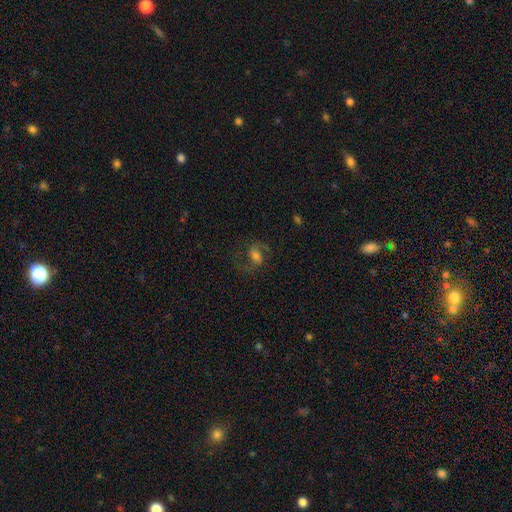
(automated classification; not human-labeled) Smooth or featured: featured or disk — 66% (smooth — 21%)
Edge-on disk: no — 97% (yes — 3%)
Bar: weak — 48% (no — 30%)
Spiral arms: yes — 92% (no — 8%)
Spiral winding: medium — 46% (loose — 45%)
Spiral arm count: 2 — 88% (1 — 5%)
Bulge size: moderate — 45% (small — 25%)
Merging: none — 66% (major disturbance — 17%)